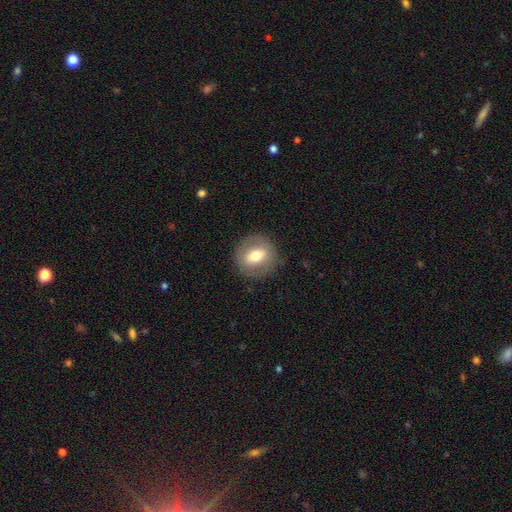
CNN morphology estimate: This appears to be a smooth galaxy with no disk features (54%) that is round (80%). Merging: none (84%).